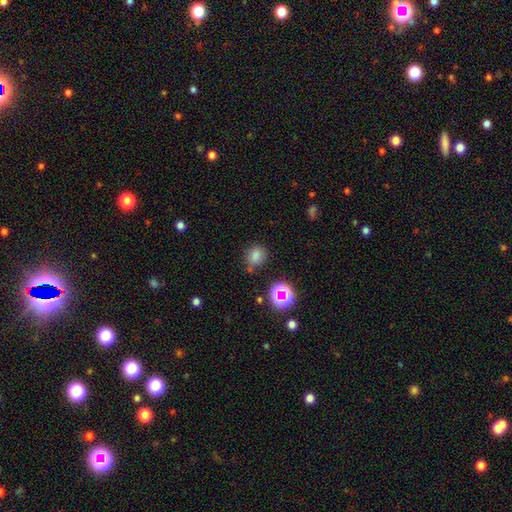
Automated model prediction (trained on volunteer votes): Overall: smooth (75%). How rounded: round (69%; in between 30%). Merging: none (75%).